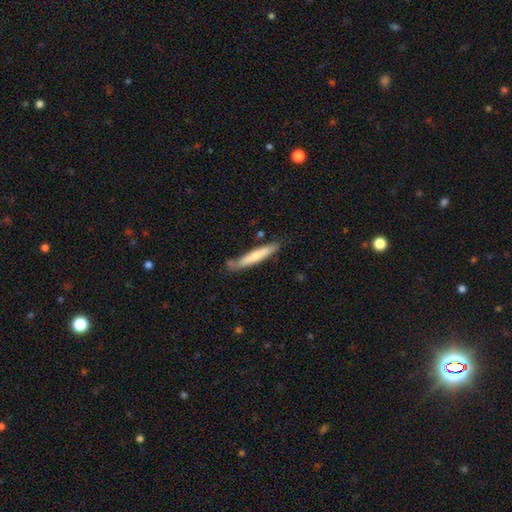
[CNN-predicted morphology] Q: Smooth or featured?
A: smooth (63%); runner-up: featured or disk (32%)
Q: How rounded?
A: cigar-shaped (93%); runner-up: in between (6%)
Q: Merging?
A: none (73%); runner-up: minor disturbance (18%)